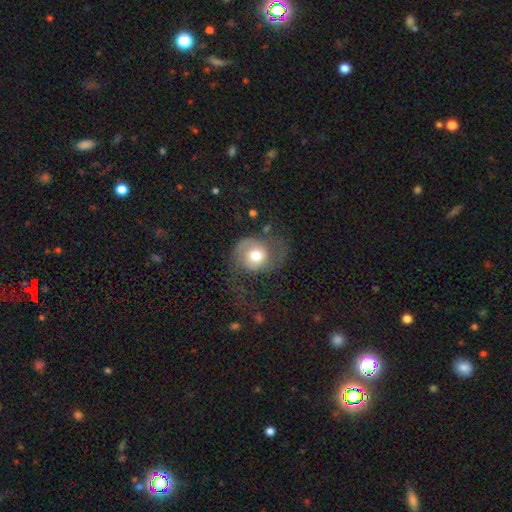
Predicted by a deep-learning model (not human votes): Smooth or featured? Predicted: smooth (p=0.50). Merging? Predicted: none (p=0.38, tied with major disturbance).